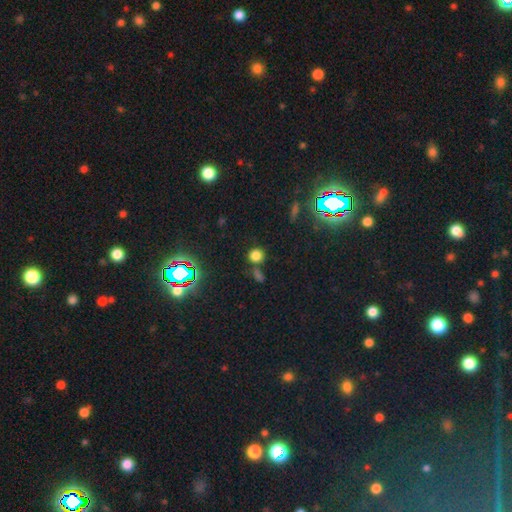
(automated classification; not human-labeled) smooth-or-featured: smooth: 70% | star or artifact: 24% | featured or disk: 6%
  how-rounded: round: 87% | in between: 11% | cigar-shaped: 2%
  merging: none: 70% | merger: 17% | minor disturbance: 9% | major disturbance: 4%